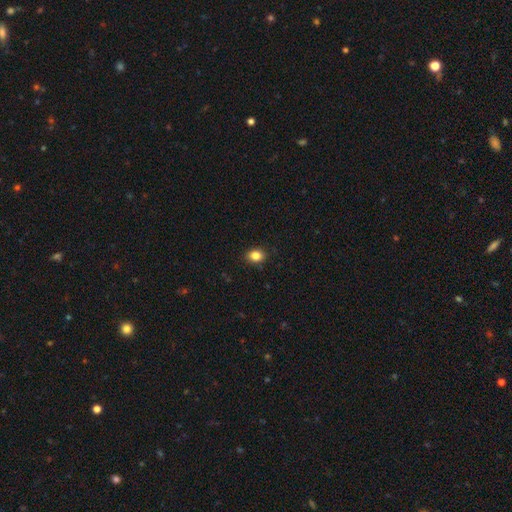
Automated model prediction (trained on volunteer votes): The model was most divided on "how rounded": in between: 54%, round: 45%, cigar-shaped: 1%. More confident: merging — none (89%); smooth or featured — smooth (85%).